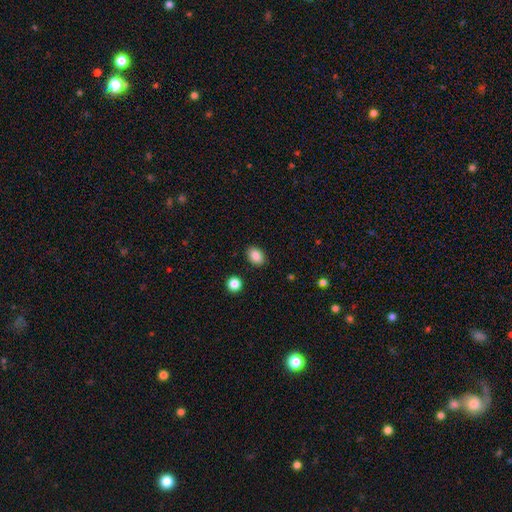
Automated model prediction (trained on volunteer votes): smooth 87%, star or artifact 8%, featured or disk 5%. Down the decision tree: how rounded — in between (74%); merging — none (88%).